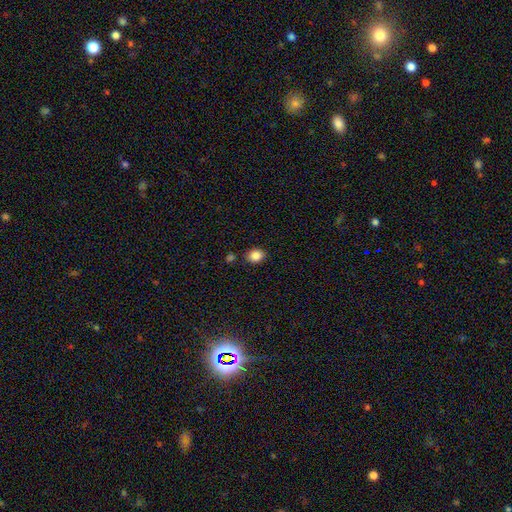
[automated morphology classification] Smooth or featured?
  - smooth: 86% *
  - star or artifact: 10%
  - featured or disk: 4%
How rounded?
  - round: 54% *
  - in between: 45%
  - cigar-shaped: 1%
Merging?
  - none: 83% *
  - minor disturbance: 10%
  - merger: 5%
  - major disturbance: 2%